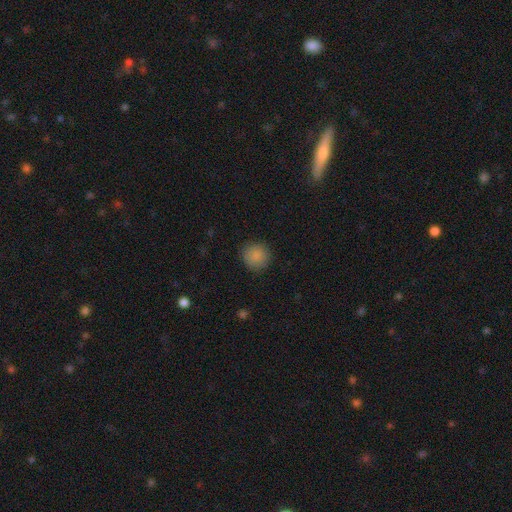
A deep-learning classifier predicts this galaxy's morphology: Smooth or featured?
  - smooth: 87% *
  - star or artifact: 9%
  - featured or disk: 4%
How rounded?
  - round: 93% *
  - in between: 6%
  - cigar-shaped: 1%
Merging?
  - none: 89% *
  - minor disturbance: 8%
  - major disturbance: 2%
  - merger: 1%